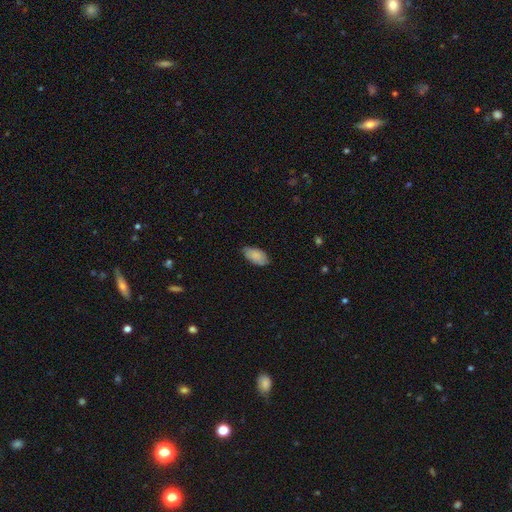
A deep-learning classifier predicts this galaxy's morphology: smooth_or_featured: smooth (p=0.86) [alt: featured or disk p=0.07]
how_rounded: in between (p=0.94) [alt: cigar-shaped p=0.03]
merging: none (p=0.79) [alt: minor disturbance p=0.17]